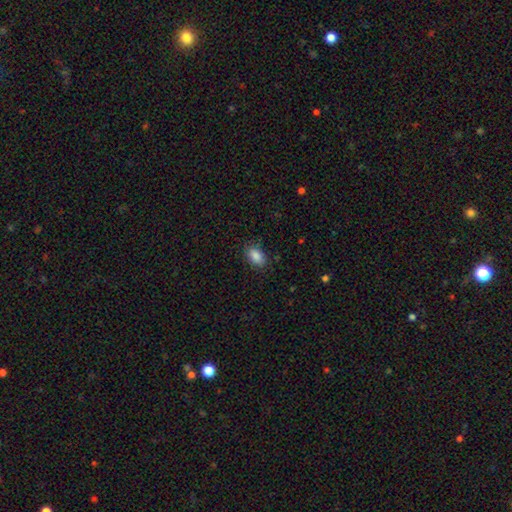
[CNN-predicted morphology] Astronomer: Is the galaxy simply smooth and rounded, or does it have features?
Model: smooth — 88%.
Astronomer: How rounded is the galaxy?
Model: in between — 90%.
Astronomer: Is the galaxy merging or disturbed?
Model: none — 83%.